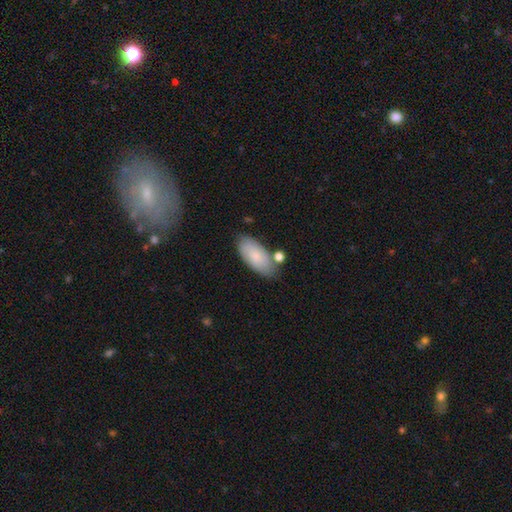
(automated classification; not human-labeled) A smooth galaxy with no disk features (77%) that is in between round and cigar-shaped (91%). Merging: none (69%).